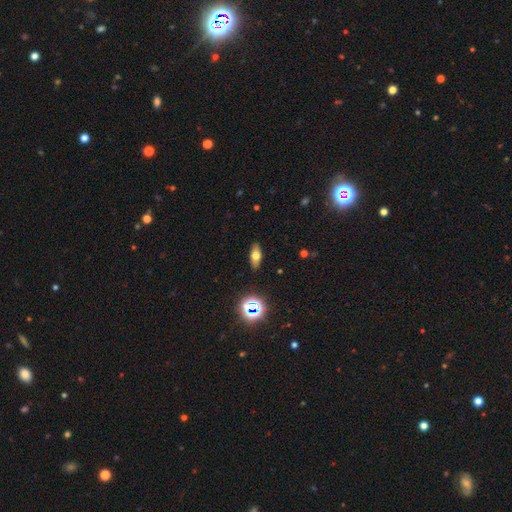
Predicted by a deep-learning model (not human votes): Overall: smooth (61%; featured or disk 25%). How rounded: in between (72%). Merging: none (88%).